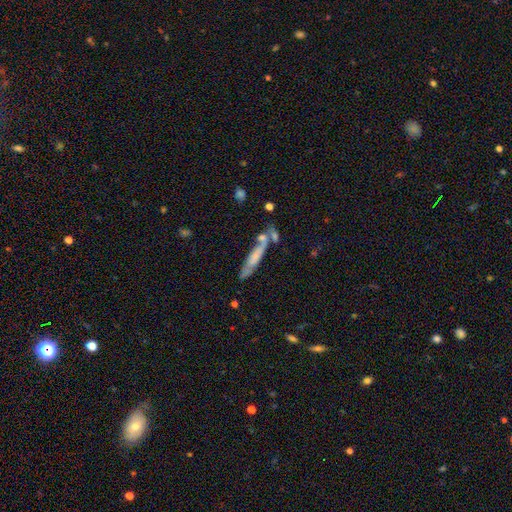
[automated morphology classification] A featured or disk galaxy (47%).

Vote fractions:
- Smooth or featured? featured or disk: 47% / smooth: 45% / star or artifact: 9%
- Merging? none: 55% / merger: 19% / minor disturbance: 18% / major disturbance: 7%